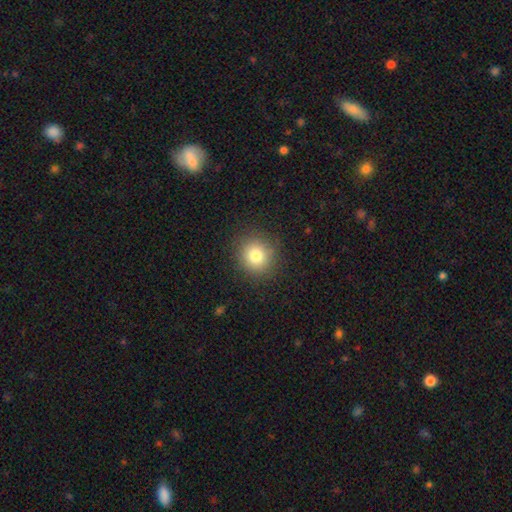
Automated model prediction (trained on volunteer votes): This is likely a smooth galaxy (80%). How rounded: clearly round (89%). Merging: clearly none (89%).